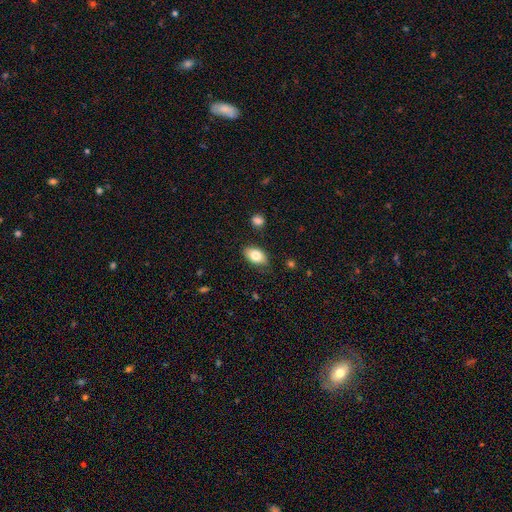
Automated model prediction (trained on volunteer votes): smooth 79%, featured or disk 13%, star or artifact 7%. Down the decision tree: how rounded — in between (90%); merging — none (83%).